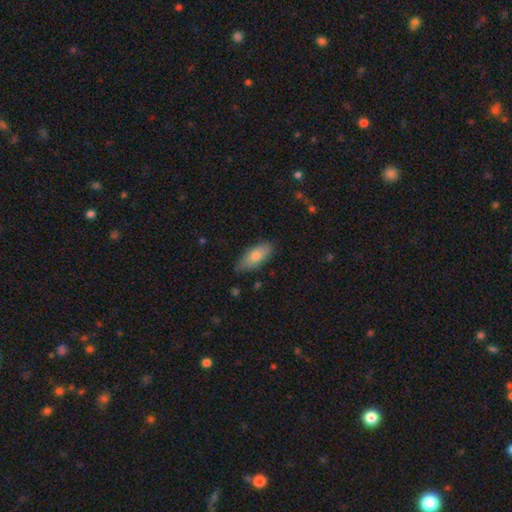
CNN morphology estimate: type=smooth (76%); roundness=in between (79%); merging=none (79%).